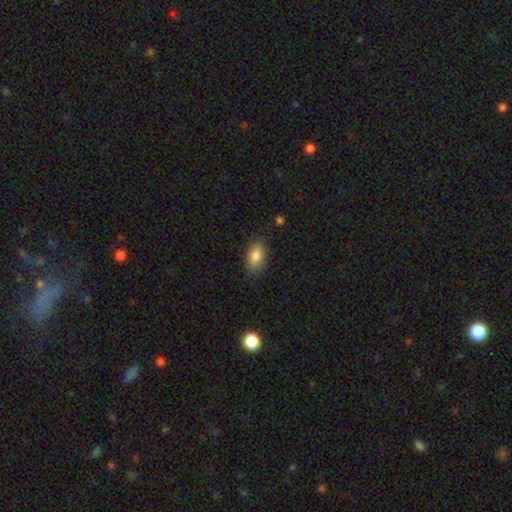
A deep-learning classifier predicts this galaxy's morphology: Overall: smooth (84%). How rounded: in between (90%). Merging: none (78%).